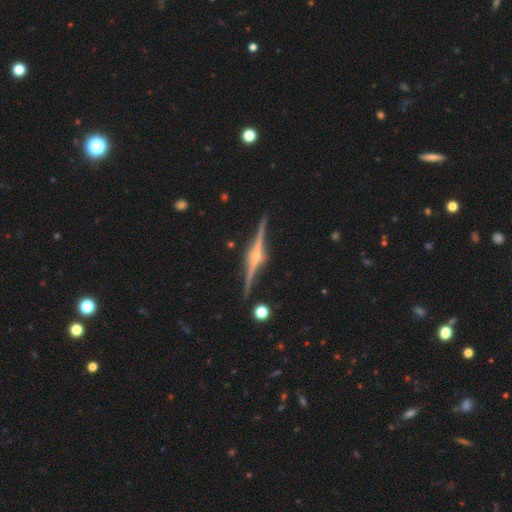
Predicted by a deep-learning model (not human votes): Smooth or featured? Predicted: featured or disk (p=0.89). Edge-on disk? Predicted: yes (p=0.98). Edge-on bulge? Predicted: rounded (p=0.86). Merging? Predicted: none (p=0.90).